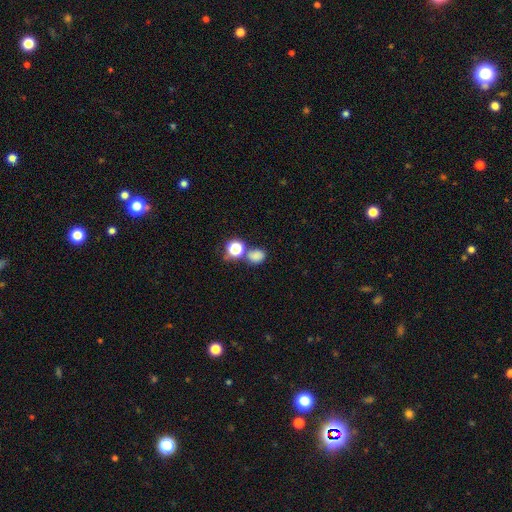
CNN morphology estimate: This is likely a smooth galaxy (76%). How rounded: possibly round (53%). Merging: possibly none (59%).